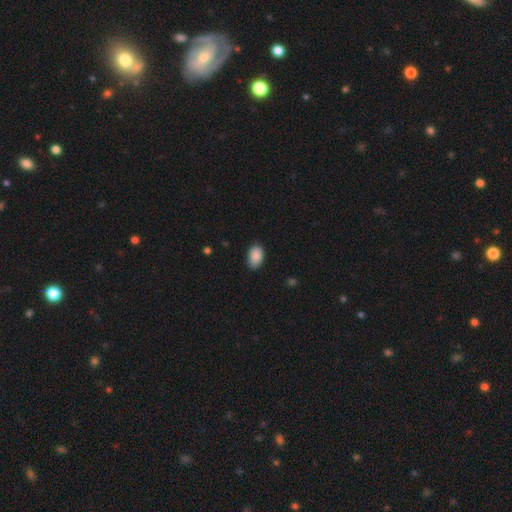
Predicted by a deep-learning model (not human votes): A smooth galaxy with no disk features (90%) that is in between round and cigar-shaped (90%). Merging: none (82%).